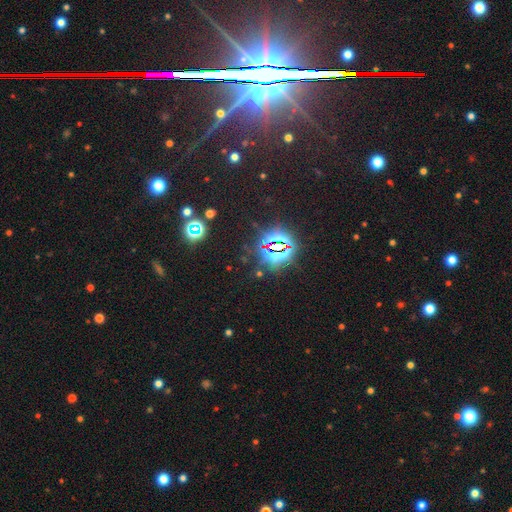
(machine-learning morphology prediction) Smooth or featured? star or artifact (80%)